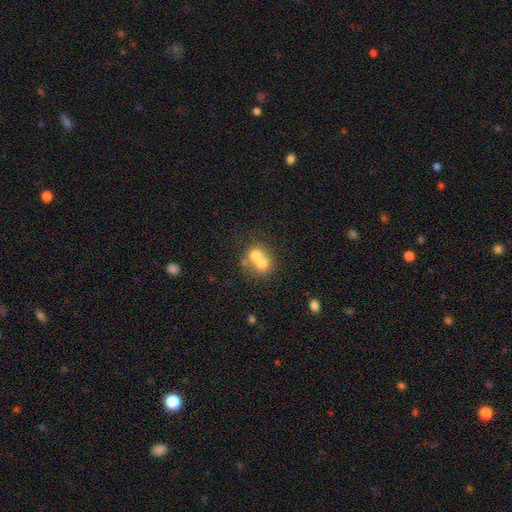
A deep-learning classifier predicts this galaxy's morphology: A smooth galaxy with no disk features (66%) that is round (77%).

Vote fractions:
- Smooth or featured? smooth: 66% / featured or disk: 23% / star or artifact: 11%
- How rounded? round: 77% / in between: 22% / cigar-shaped: 1%
- Merging? merger: 68% / none: 25% / minor disturbance: 5% / major disturbance: 3%